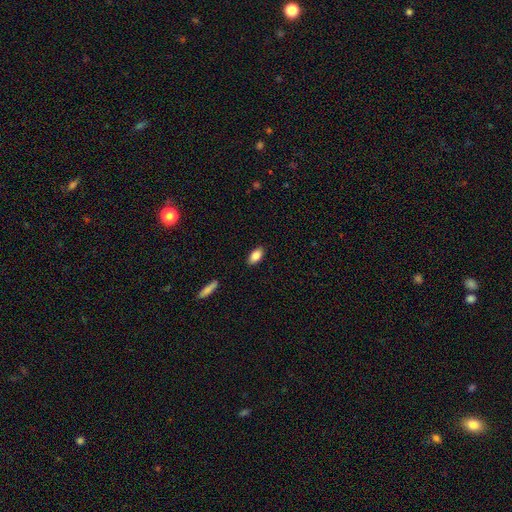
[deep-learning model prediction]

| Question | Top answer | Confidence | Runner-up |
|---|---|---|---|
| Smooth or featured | smooth | 85% | featured or disk (8%) |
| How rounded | in between | 91% | cigar-shaped (6%) |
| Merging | none | 88% | minor disturbance (9%) |